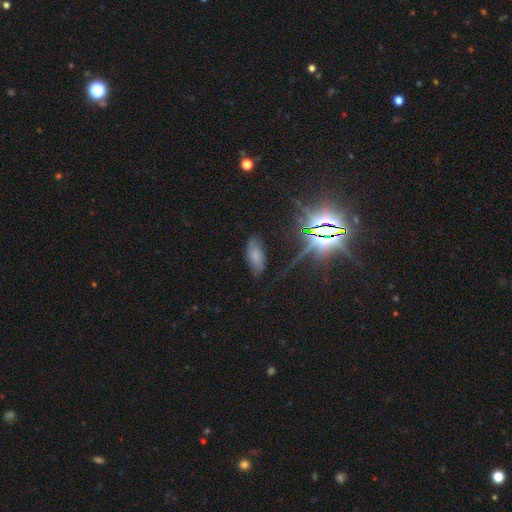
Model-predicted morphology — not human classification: Smooth or featured?
  - smooth: 56% *
  - star or artifact: 24%
  - featured or disk: 19%
How rounded?
  - in between: 87% *
  - cigar-shaped: 10%
  - round: 3%
Merging?
  - none: 71% *
  - minor disturbance: 20%
  - major disturbance: 7%
  - merger: 2%